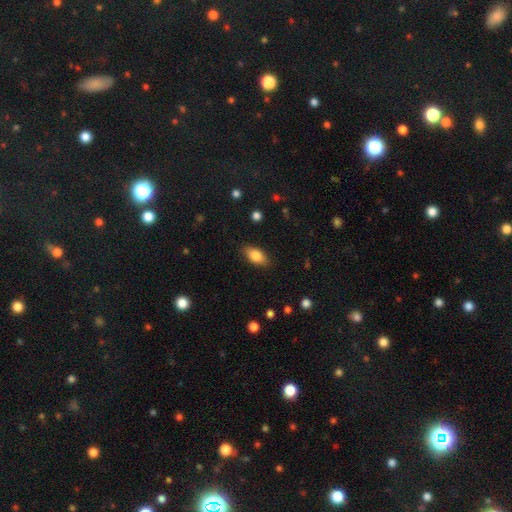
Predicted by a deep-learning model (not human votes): The model was most divided on "smooth or featured": smooth: 83%, featured or disk: 10%, star or artifact: 7%. More confident: how rounded — in between (89%); merging — none (86%).